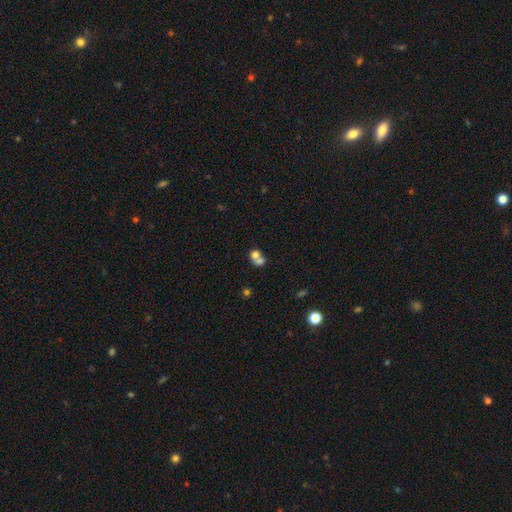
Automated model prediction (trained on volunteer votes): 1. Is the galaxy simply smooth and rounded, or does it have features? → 69% smooth, 20% featured or disk, 11% star or artifact.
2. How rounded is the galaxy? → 67% round, 32% in between, 1% cigar-shaped.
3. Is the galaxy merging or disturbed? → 67% merger, 23% none, 6% minor disturbance, 4% major disturbance.